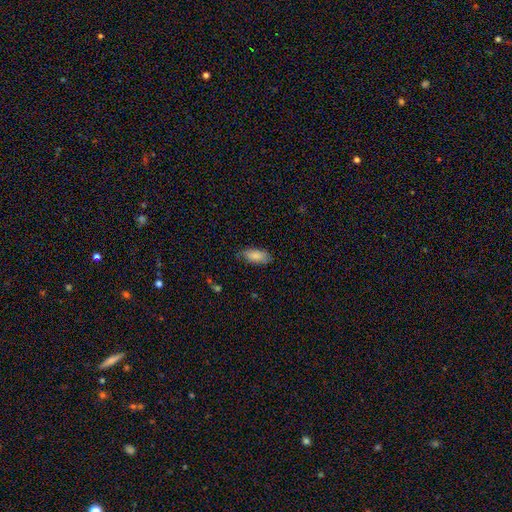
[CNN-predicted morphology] This is clearly a smooth galaxy (84%). How rounded: clearly in between (84%). Merging: likely none (72%).